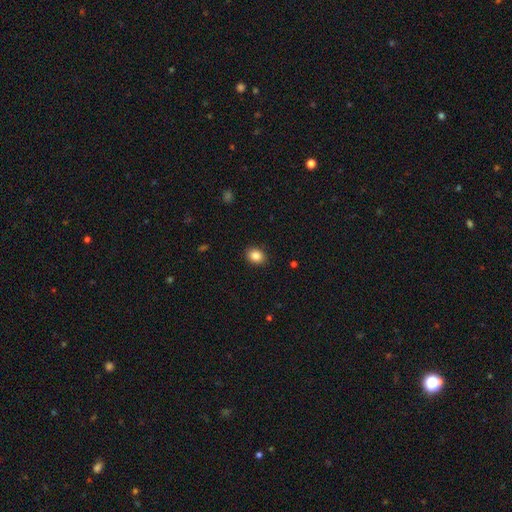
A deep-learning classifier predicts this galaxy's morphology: This is clearly a smooth galaxy (86%). How rounded: possibly in between (52%). Merging: clearly none (89%).